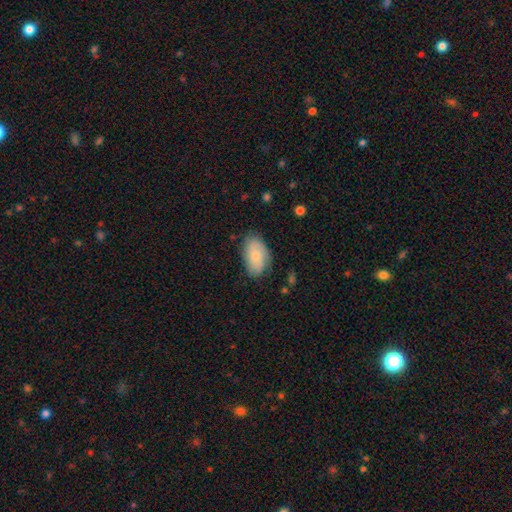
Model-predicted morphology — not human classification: Smooth or featured: smooth — 67% (featured or disk — 27%)
How rounded: in between — 91% (round — 7%)
Merging: none — 71% (minor disturbance — 22%)